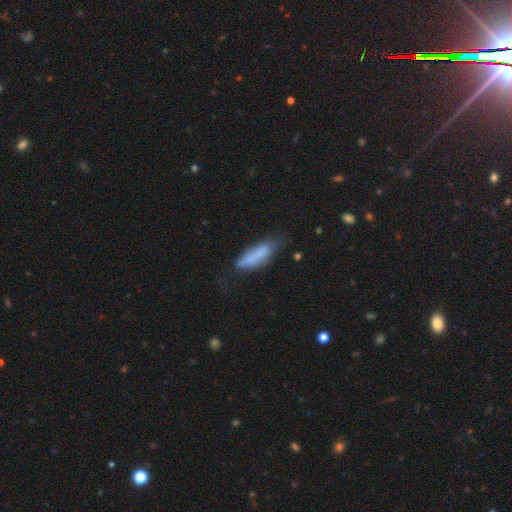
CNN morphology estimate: type=smooth (74%); roundness=cigar-shaped (60%); merging=none (51%).